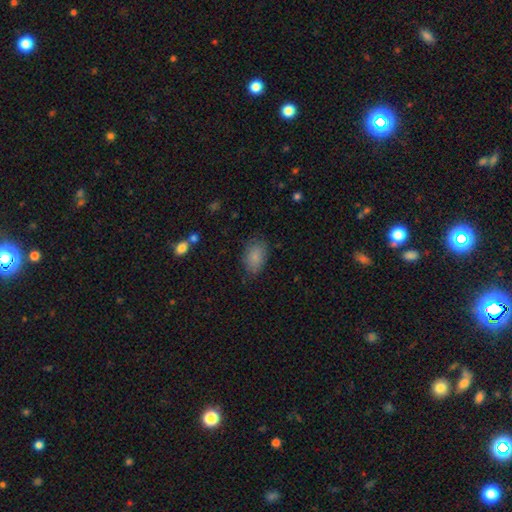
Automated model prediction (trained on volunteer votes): A smooth galaxy with no disk features (85%) that is in between round and cigar-shaped (87%).

Vote fractions:
- Smooth or featured? smooth: 85% / star or artifact: 8% / featured or disk: 7%
- How rounded? in between: 87% / round: 11% / cigar-shaped: 1%
- Merging? none: 79% / minor disturbance: 15% / major disturbance: 4% / merger: 1%